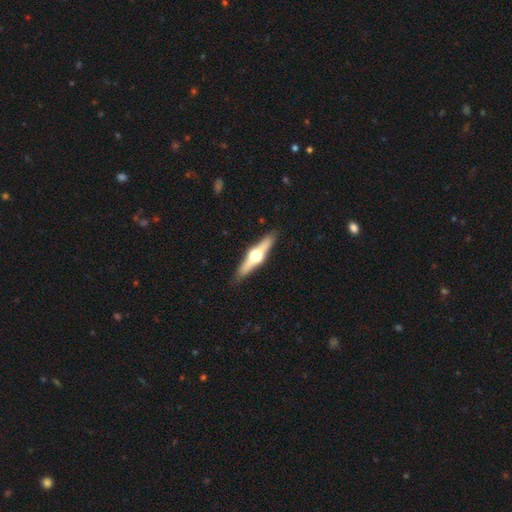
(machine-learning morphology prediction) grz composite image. It shows a featured or disk galaxy (75%) viewed edge-on (97%) with a rounded central bulge (97%). Merging: none (90%).